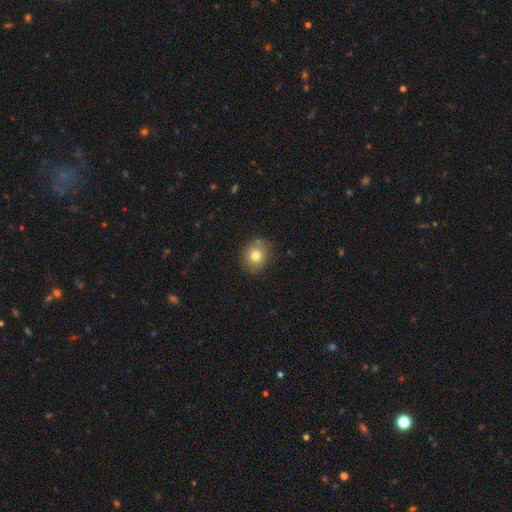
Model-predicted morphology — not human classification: Smooth or featured: smooth — 78% (star or artifact — 11%)
How rounded: round — 74% (in between — 25%)
Merging: none — 85% (minor disturbance — 11%)